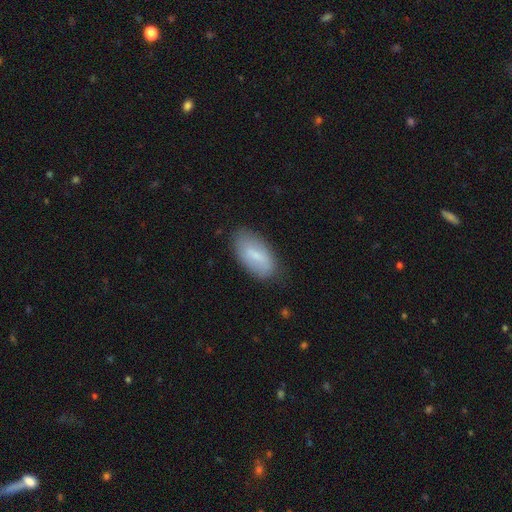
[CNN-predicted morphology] A smooth galaxy with no disk features (69%) that is in between round and cigar-shaped (93%).

Vote fractions:
- Smooth or featured? smooth: 69% / featured or disk: 25% / star or artifact: 7%
- How rounded? in between: 93% / cigar-shaped: 5% / round: 3%
- Merging? none: 78% / minor disturbance: 17% / major disturbance: 4% / merger: 1%